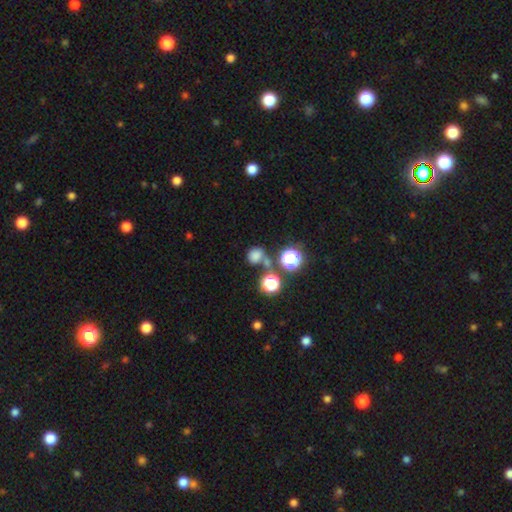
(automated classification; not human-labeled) Smooth or featured? smooth (71%)
How rounded? round (75%)
Merging? none (56%)